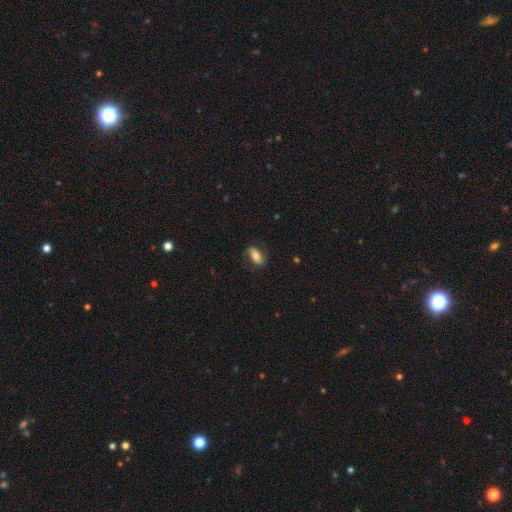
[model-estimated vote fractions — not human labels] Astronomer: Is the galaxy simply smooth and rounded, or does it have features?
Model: smooth — 50% (runner-up: featured or disk, 43%).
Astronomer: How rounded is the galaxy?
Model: in between — 84%.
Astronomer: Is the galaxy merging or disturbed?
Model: none — 73%.